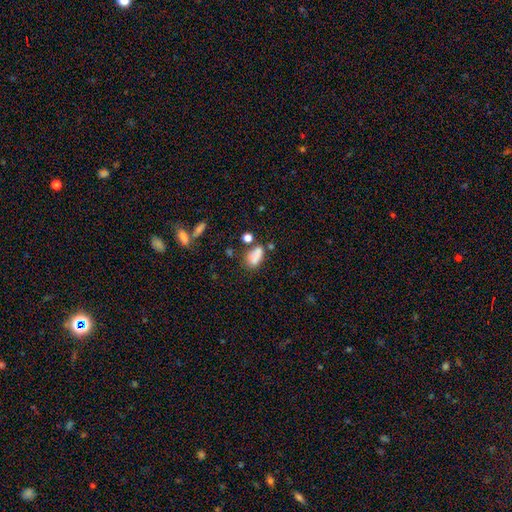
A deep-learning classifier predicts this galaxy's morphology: Smooth or featured? smooth (78%)
How rounded? in between (86%)
Merging? none (47%)